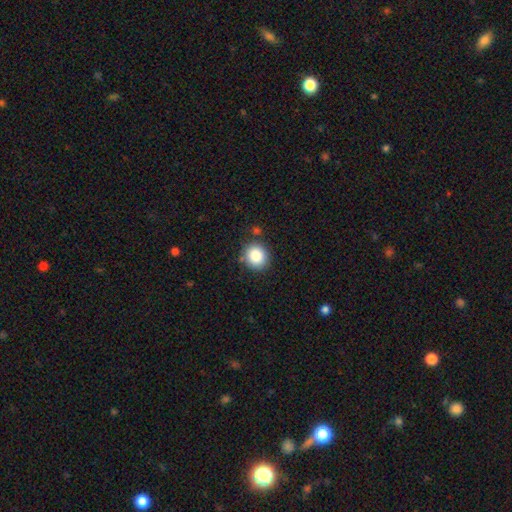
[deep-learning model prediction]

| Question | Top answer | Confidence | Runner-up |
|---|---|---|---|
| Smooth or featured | smooth | 86% | star or artifact (9%) |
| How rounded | round | 82% | in between (17%) |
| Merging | none | 84% | minor disturbance (10%) |